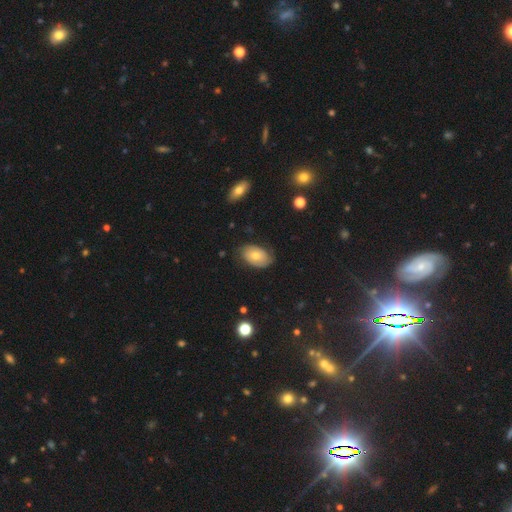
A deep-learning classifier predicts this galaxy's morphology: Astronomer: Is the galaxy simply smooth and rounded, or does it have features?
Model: smooth — 53% (runner-up: featured or disk, 39%).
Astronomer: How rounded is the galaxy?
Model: in between — 88%.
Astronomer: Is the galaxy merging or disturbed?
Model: none — 70%.